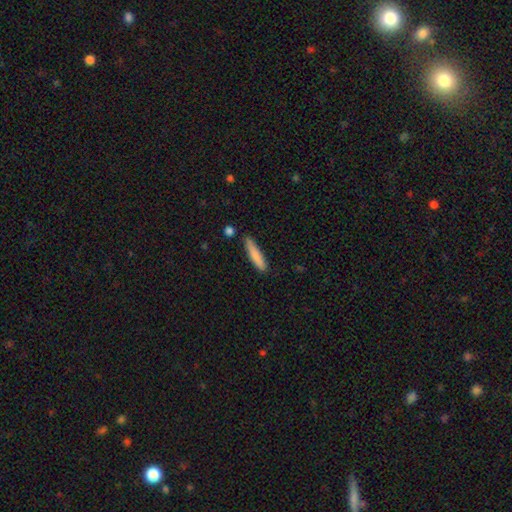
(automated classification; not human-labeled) Smooth or featured? Predicted: smooth (p=0.83). How rounded? Predicted: cigar-shaped (p=0.85). Merging? Predicted: none (p=0.80).